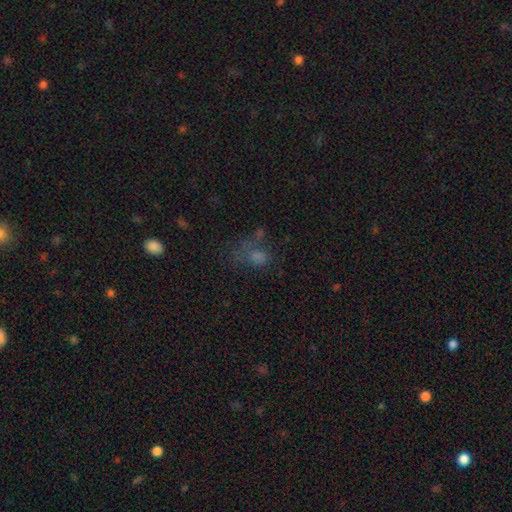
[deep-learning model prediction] A smooth galaxy with no disk features (60%) that is in between round and cigar-shaped (57%). Merging: none (37%).